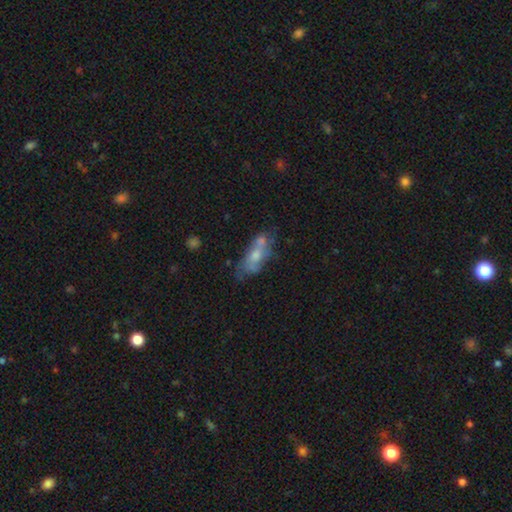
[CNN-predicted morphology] The model was most divided on "smooth or featured": smooth: 50%, featured or disk: 42%, star or artifact: 8%. Remaining: merging — none (41%).